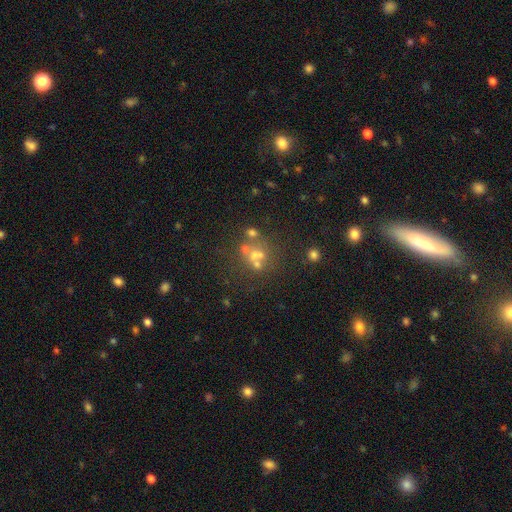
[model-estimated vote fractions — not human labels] Smooth or featured? Predicted: smooth (p=0.42). Merging? Predicted: none (p=0.49).